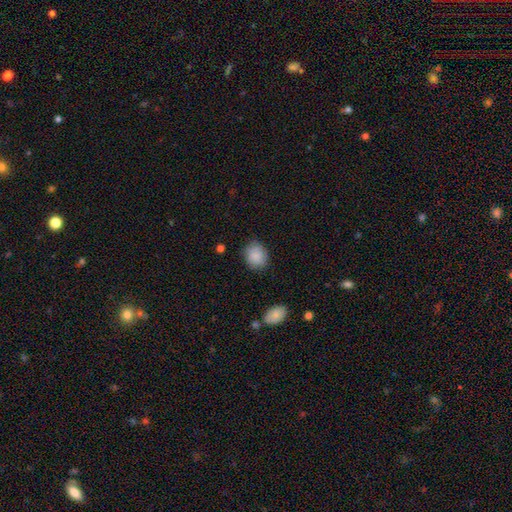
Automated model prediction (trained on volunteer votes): Smooth or featured? smooth (86%)
How rounded? round (64%)
Merging? none (81%)